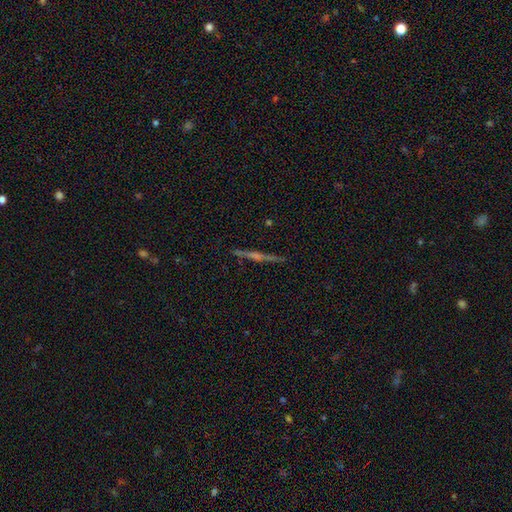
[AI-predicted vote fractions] Smooth or featured? Predicted: featured or disk (p=0.76). Edge-on disk? Predicted: yes (p=0.98). Edge-on bulge? Predicted: rounded (p=0.69). Merging? Predicted: none (p=0.91).